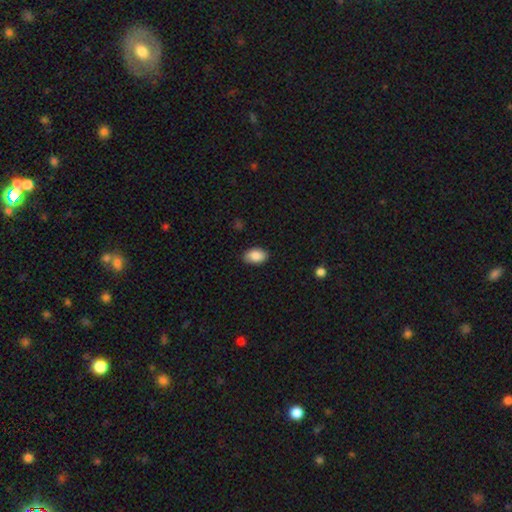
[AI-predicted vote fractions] A smooth galaxy with no disk features (87%) that is in between round and cigar-shaped (91%). Merging: none (86%).